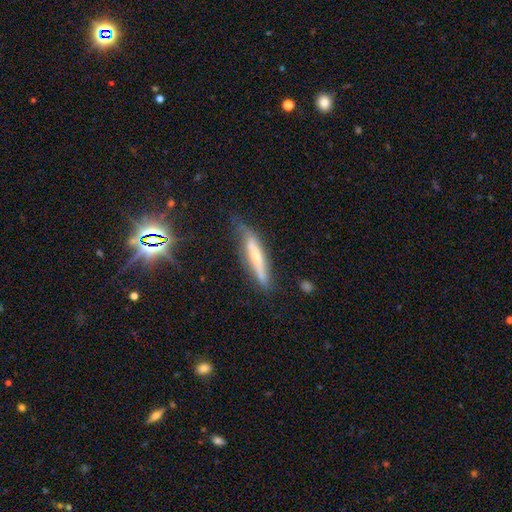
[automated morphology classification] A featured or disk galaxy (47%).

Vote fractions:
- Smooth or featured? featured or disk: 47% / smooth: 42% / star or artifact: 11%
- Merging? none: 64% / minor disturbance: 27% / major disturbance: 7% / merger: 3%